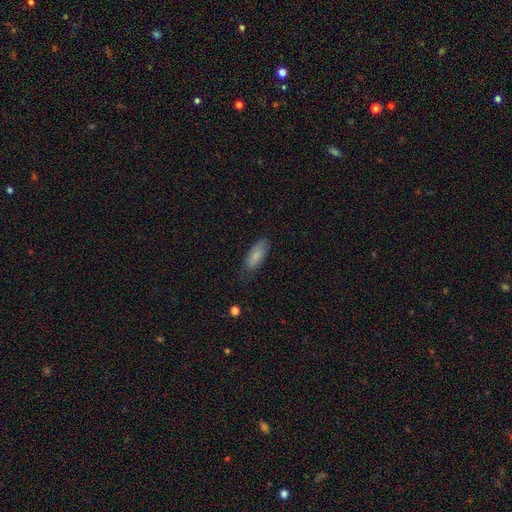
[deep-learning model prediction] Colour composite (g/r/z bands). It shows a smooth galaxy with no disk features (83%) that is in between round and cigar-shaped (74%). Merging: none (70%).